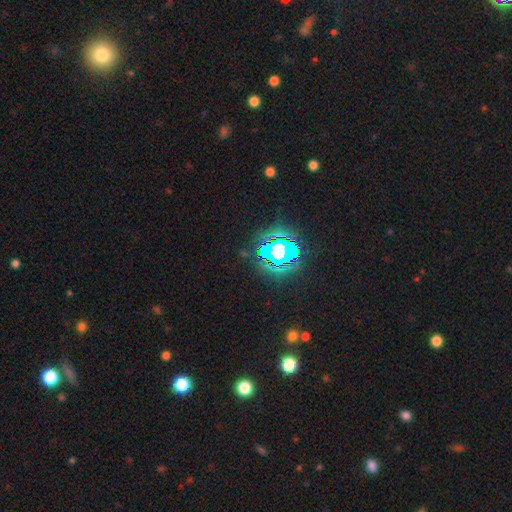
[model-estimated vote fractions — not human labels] star or artifact 83%, smooth 10%, featured or disk 7%.